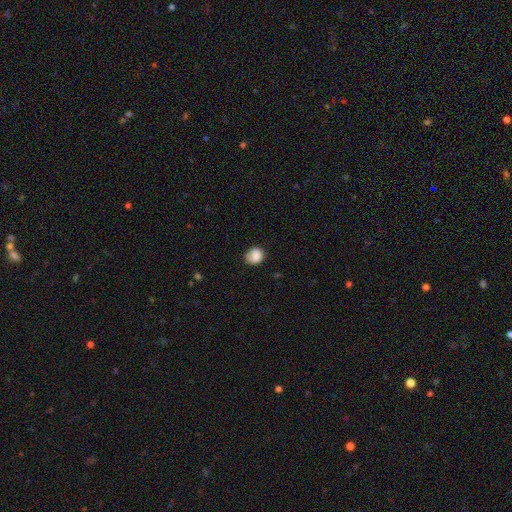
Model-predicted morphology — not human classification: Q: Smooth or featured?
A: smooth (84%); runner-up: star or artifact (9%)
Q: How rounded?
A: round (64%); runner-up: in between (35%)
Q: Merging?
A: none (65%); runner-up: minor disturbance (26%)